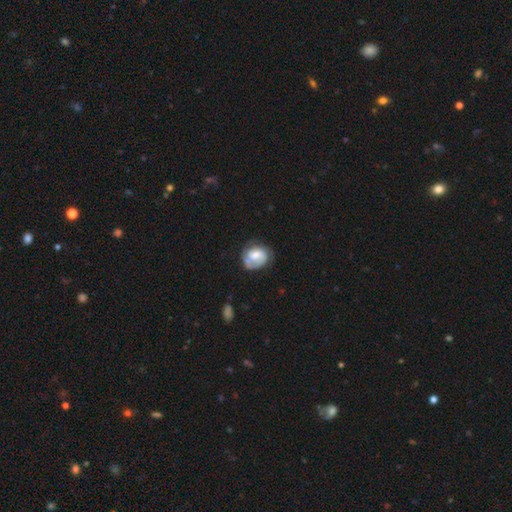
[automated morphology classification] smooth_or_featured: featured or disk (p=0.56) [alt: smooth p=0.37]
disk_edge_on: no (p=0.97) [alt: yes p=0.03]
bar: no (p=0.54) [alt: weak p=0.37]
has_spiral_arms: yes (p=0.75) [alt: no p=0.25]
bulge_size: moderate (p=0.49) [alt: small p=0.27]
merging: none (p=0.55) [alt: minor disturbance p=0.27]